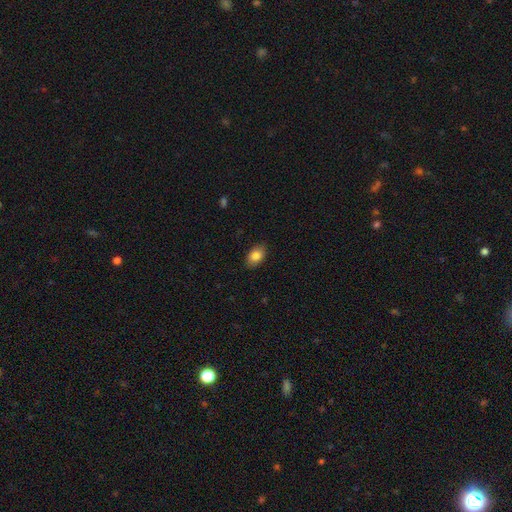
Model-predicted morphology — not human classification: Overall: smooth (85%). How rounded: in between (87%). Merging: none (85%).